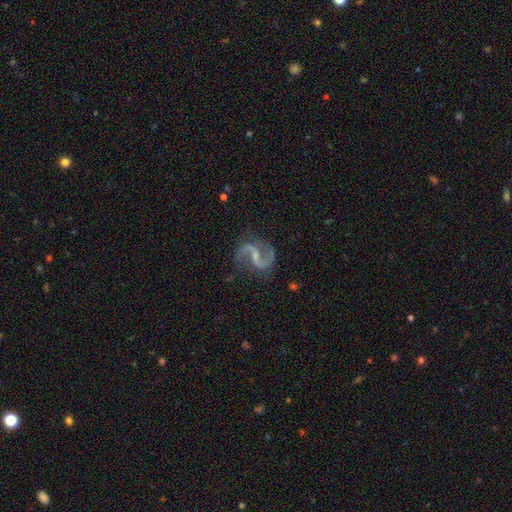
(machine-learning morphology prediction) type=featured or disk (92%); edge-on=no (98%); bar=weak (50%); spiral arms=yes (98%); winding=loose (52%); arm count=2 (94%); bulge=small (48%); merging=none (78%).